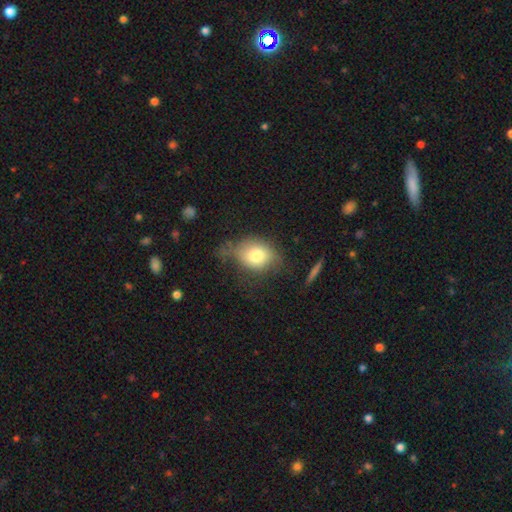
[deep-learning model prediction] Smooth or featured?
  - smooth: 76% *
  - featured or disk: 15%
  - star or artifact: 9%
How rounded?
  - in between: 61% *
  - round: 37%
  - cigar-shaped: 2%
Merging?
  - none: 46% *
  - minor disturbance: 33%
  - major disturbance: 18%
  - merger: 4%